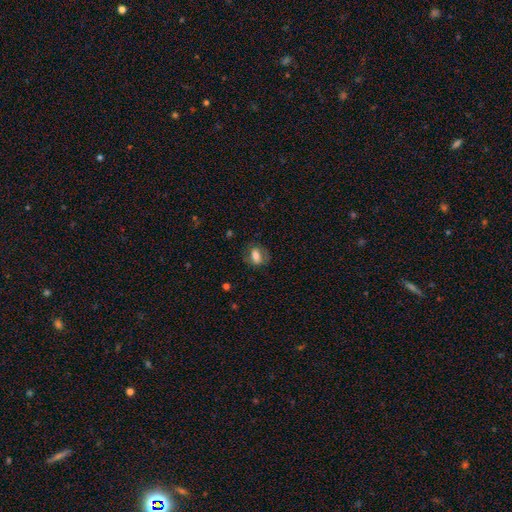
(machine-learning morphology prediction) smooth_or_featured: smooth (p=0.60) [alt: featured or disk p=0.31]
how_rounded: in between (p=0.71) [alt: round p=0.25]
merging: none (p=0.74) [alt: minor disturbance p=0.17]